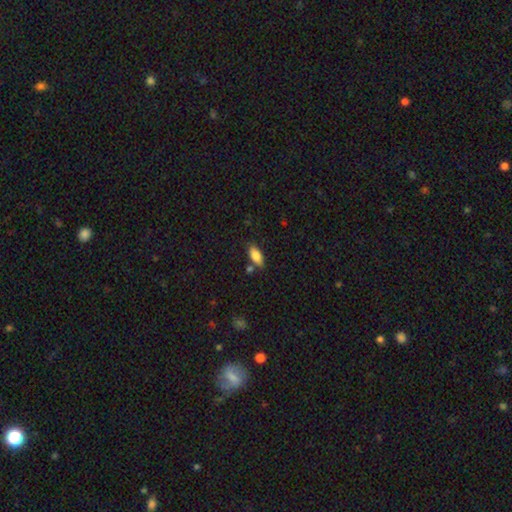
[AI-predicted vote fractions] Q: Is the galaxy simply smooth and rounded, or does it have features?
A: smooth — 83%.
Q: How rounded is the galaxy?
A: in between — 84%.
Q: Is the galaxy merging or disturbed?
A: none — 77%.